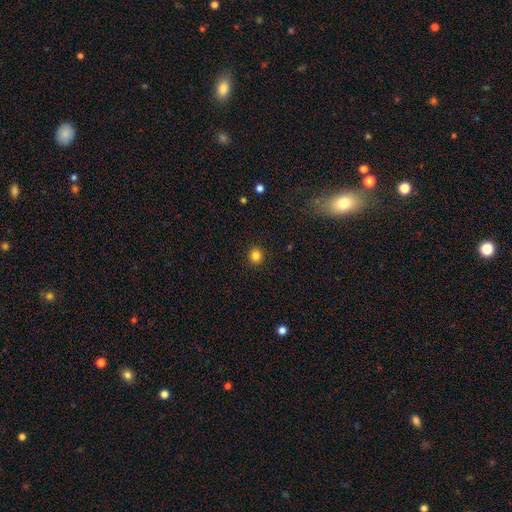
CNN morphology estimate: Smooth or featured? smooth (84%)
How rounded? round (91%)
Merging? none (92%)